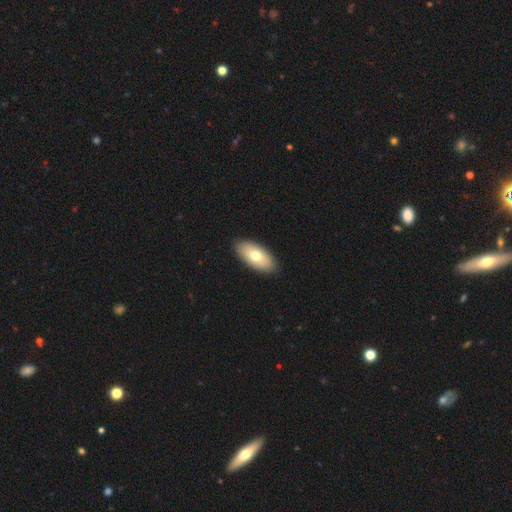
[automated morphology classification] A smooth galaxy with no disk features (72%) that is in between round and cigar-shaped (93%). Merging: none (90%).